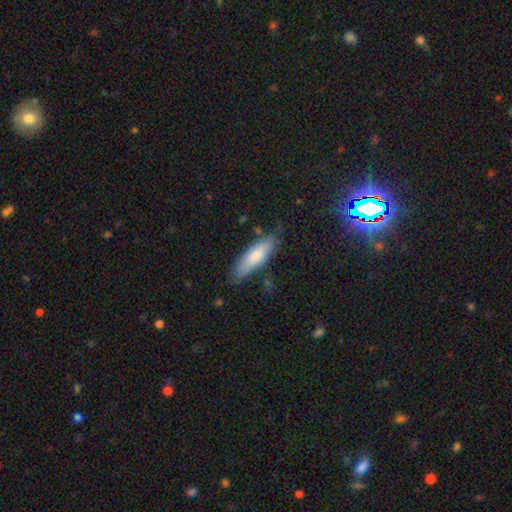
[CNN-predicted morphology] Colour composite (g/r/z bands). It shows a smooth galaxy with no disk features (79%) that is cigar-shaped (59%). Merging: none (79%).